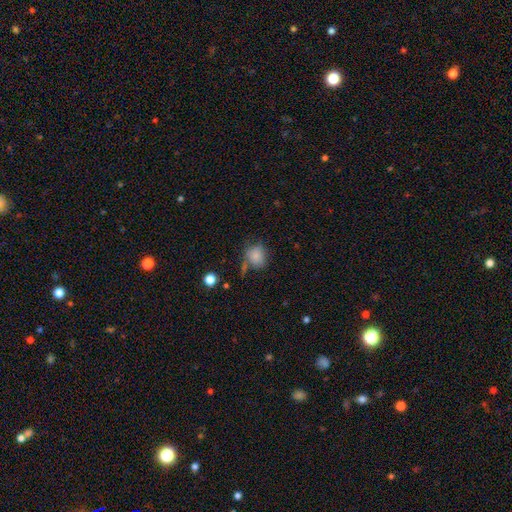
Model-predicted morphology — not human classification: Smooth or featured?
  - smooth: 80% *
  - star or artifact: 10%
  - featured or disk: 9%
How rounded?
  - round: 61% *
  - in between: 38%
  - cigar-shaped: 1%
Merging?
  - none: 54% *
  - minor disturbance: 24%
  - major disturbance: 11%
  - merger: 11%